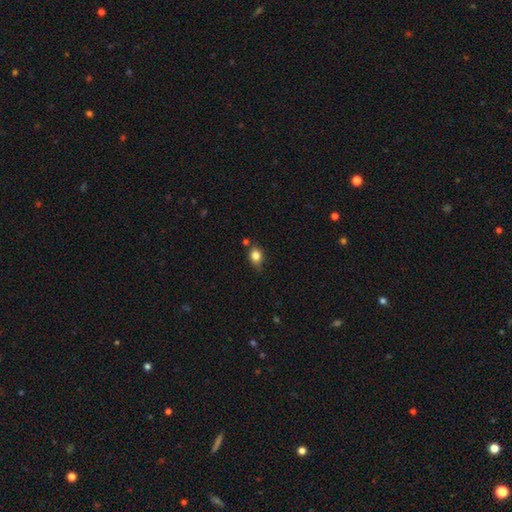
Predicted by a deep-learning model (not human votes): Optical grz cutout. It shows a smooth galaxy with no disk features (82%) that is in between round and cigar-shaped (54%). Merging: none (64%).